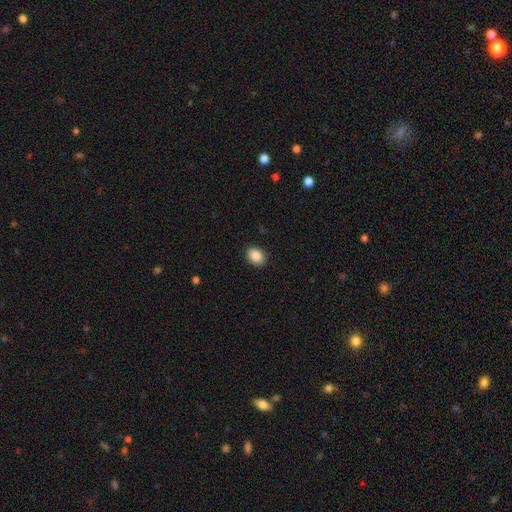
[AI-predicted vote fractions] Morphology: type=smooth (89%); roundness=in between (65%); merging=none (90%).